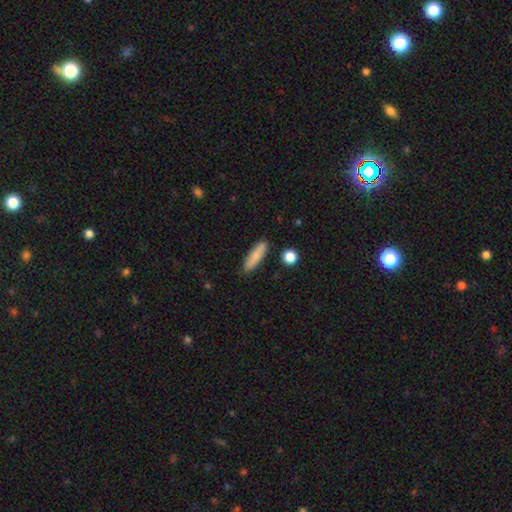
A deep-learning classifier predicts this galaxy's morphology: A smooth galaxy with no disk features (83%) that is cigar-shaped (71%). Merging: none (86%).